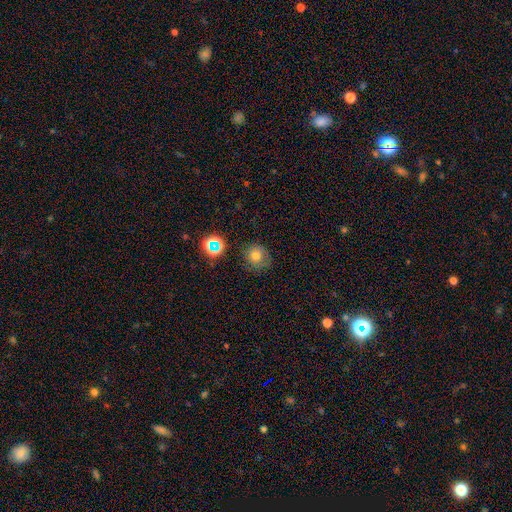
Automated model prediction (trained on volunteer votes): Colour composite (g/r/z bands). It shows a smooth galaxy with no disk features (70%) that is round (87%). Merging: none (74%).